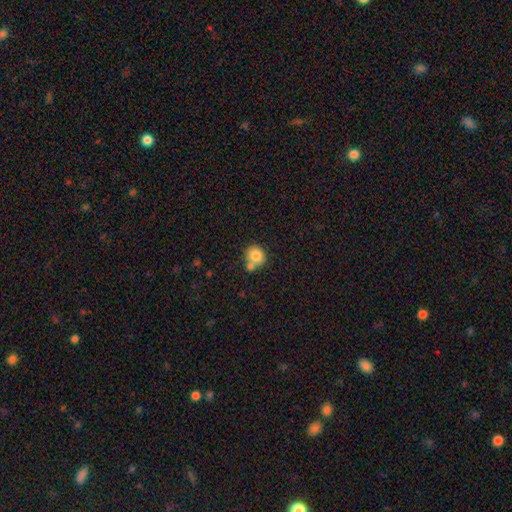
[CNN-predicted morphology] Q: Smooth or featured?
A: smooth (81%); runner-up: featured or disk (10%)
Q: How rounded?
A: round (83%); runner-up: in between (16%)
Q: Merging?
A: none (54%); runner-up: merger (32%)